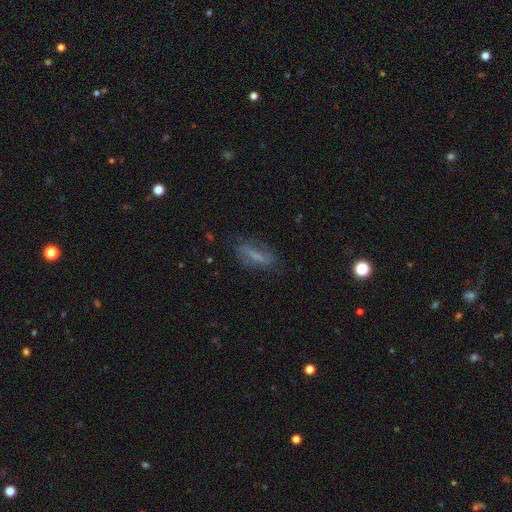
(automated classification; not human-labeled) A smooth galaxy with no disk features (44%, tied with featured or disk). Merging: none (67%).